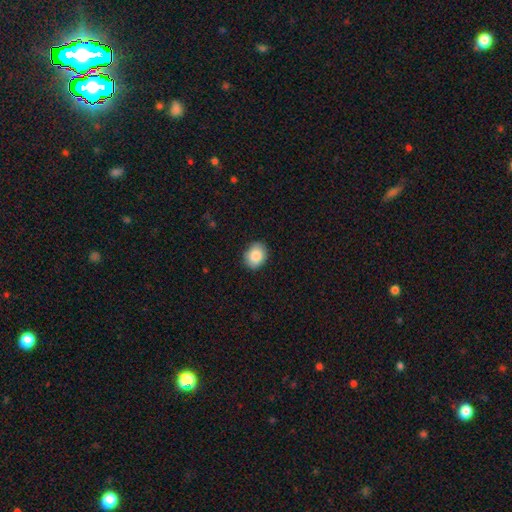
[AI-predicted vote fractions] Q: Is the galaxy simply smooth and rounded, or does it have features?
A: smooth — 87%.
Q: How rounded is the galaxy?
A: in between — 53%.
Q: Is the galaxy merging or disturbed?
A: none — 87%.